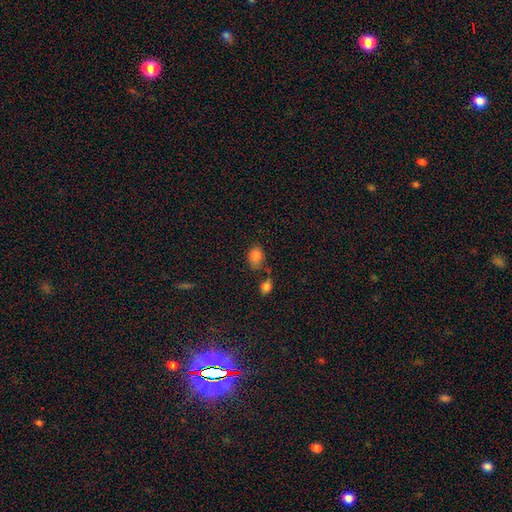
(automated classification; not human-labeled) This is clearly a smooth galaxy (84%). How rounded: likely in between (73%). Merging: possibly none (57%).